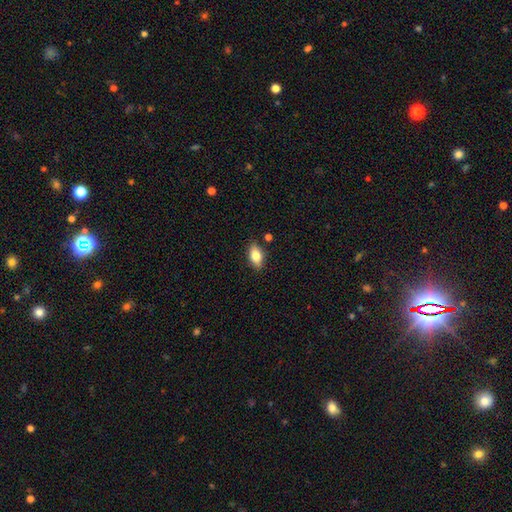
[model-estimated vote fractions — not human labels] smooth-or-featured: smooth: 79% | featured or disk: 14% | star or artifact: 7%
  how-rounded: in between: 88% | cigar-shaped: 7% | round: 5%
  merging: none: 85% | minor disturbance: 10% | merger: 3% | major disturbance: 2%